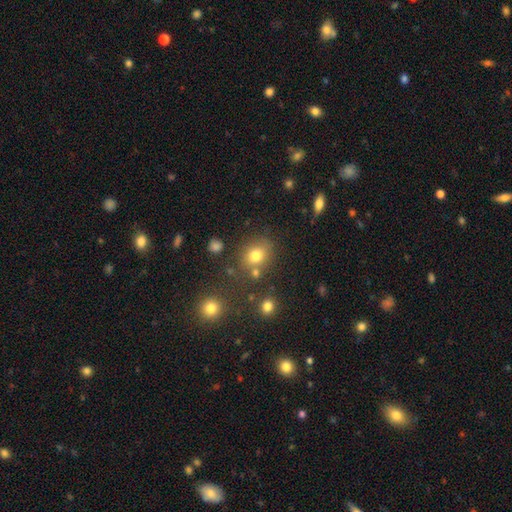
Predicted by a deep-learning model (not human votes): Smooth or featured? Predicted: smooth (p=0.77). How rounded? Predicted: round (p=0.58). Merging? Predicted: none (p=0.69).